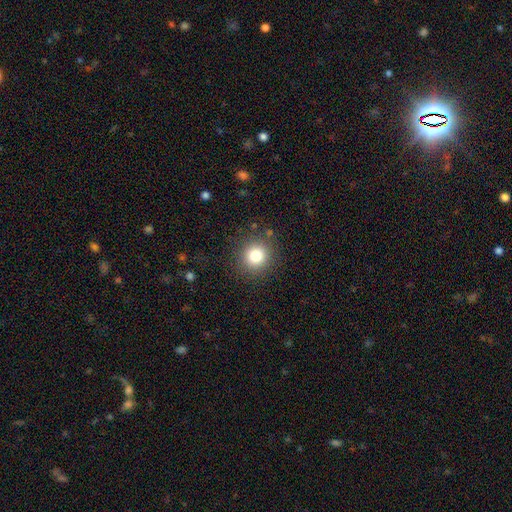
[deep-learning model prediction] This appears to be a smooth galaxy with no disk features (80%) that is round (90%). Merging: none (88%).